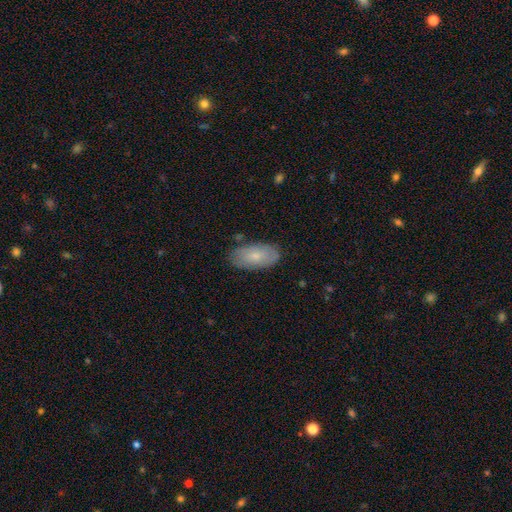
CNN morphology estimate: smooth-or-featured: smooth: 72% | featured or disk: 21% | star or artifact: 6%
  how-rounded: in between: 93% | cigar-shaped: 4% | round: 3%
  merging: none: 80% | minor disturbance: 15% | major disturbance: 3% | merger: 2%